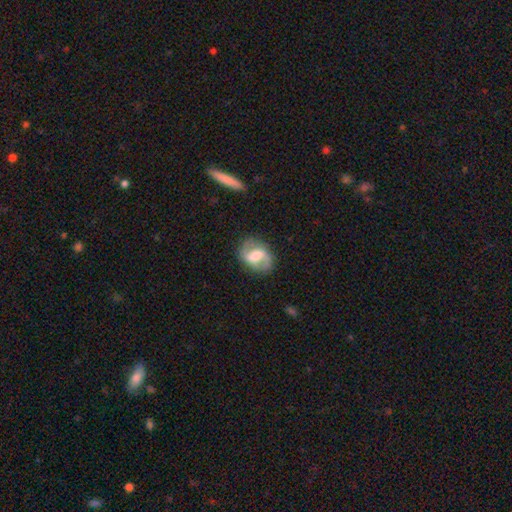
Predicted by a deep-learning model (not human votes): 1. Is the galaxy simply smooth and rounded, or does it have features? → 68% featured or disk, 25% smooth, 7% star or artifact.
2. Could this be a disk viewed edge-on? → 96% no, 4% yes.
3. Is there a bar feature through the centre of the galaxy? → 48% weak, 31% strong, 20% no.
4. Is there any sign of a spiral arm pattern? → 86% yes, 14% no.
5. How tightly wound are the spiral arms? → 48% loose, 40% medium, 13% tight.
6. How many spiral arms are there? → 88% 2, 6% can't tell, 3% 1, 1% 3, 1% 4, 1% more than 4.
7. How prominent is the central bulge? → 51% moderate, 21% small, 19% large, 6% none, 2% dominant.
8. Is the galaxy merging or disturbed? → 77% none, 15% minor disturbance, 6% major disturbance, 2% merger.